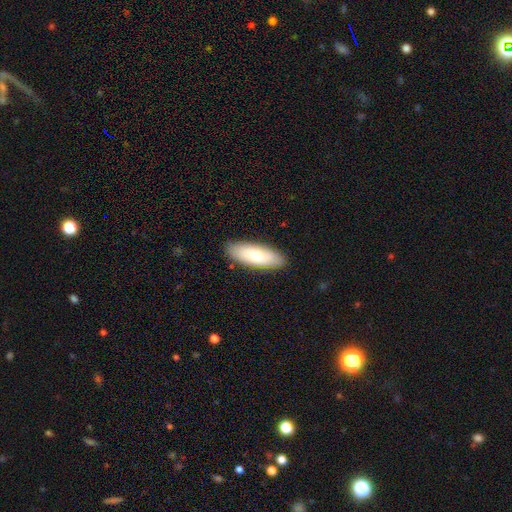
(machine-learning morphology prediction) Smooth or featured?
  - smooth: 72% *
  - featured or disk: 22%
  - star or artifact: 6%
How rounded?
  - in between: 74% *
  - cigar-shaped: 24%
  - round: 2%
Merging?
  - none: 87% *
  - minor disturbance: 10%
  - major disturbance: 2%
  - merger: 1%